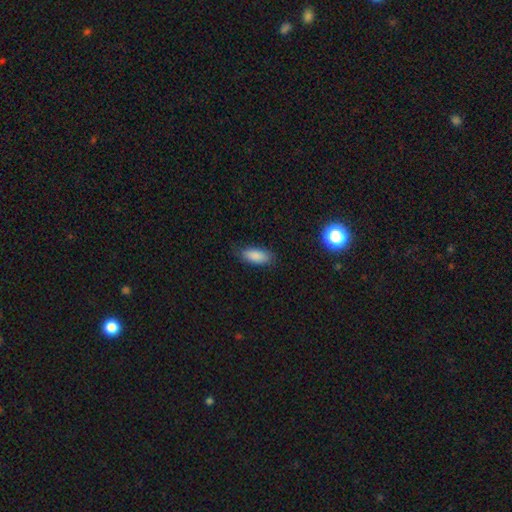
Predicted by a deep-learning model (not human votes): Overall: smooth (87%). How rounded: in between (83%). Merging: none (79%).